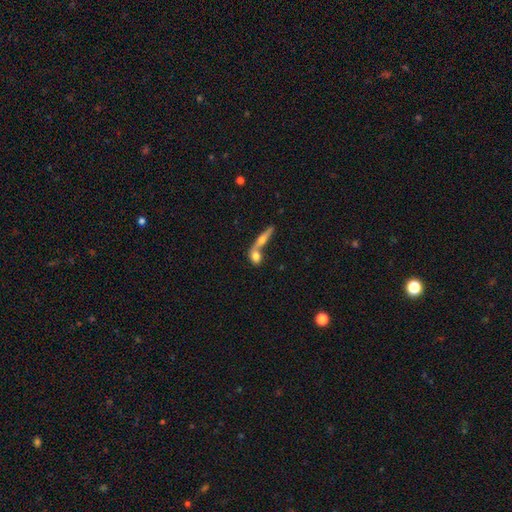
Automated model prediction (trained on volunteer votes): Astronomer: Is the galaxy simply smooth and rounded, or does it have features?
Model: smooth — 61%.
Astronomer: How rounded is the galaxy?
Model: in between — 52%.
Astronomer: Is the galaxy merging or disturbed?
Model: merger — 56% (runner-up: none, 32%).